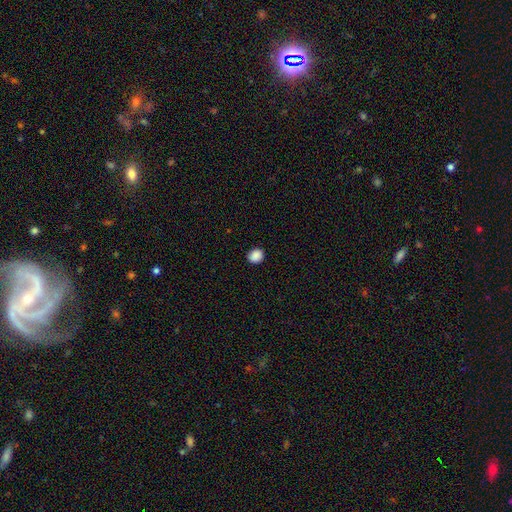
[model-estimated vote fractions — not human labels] Overall: smooth (88%). How rounded: round (78%). Merging: none (91%).